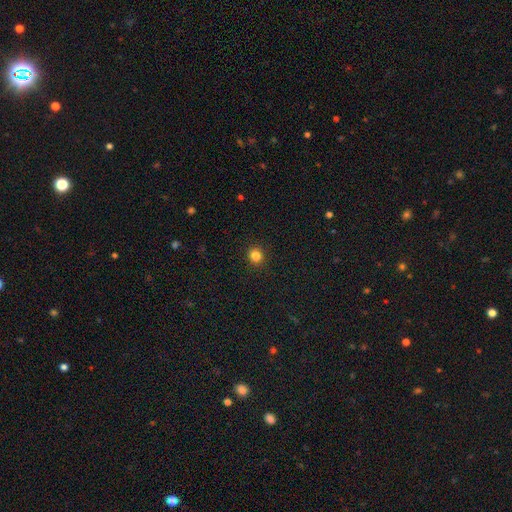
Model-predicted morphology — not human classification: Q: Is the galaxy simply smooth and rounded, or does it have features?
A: smooth — 83%.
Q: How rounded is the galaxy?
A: round — 89%.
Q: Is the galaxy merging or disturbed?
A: none — 92%.